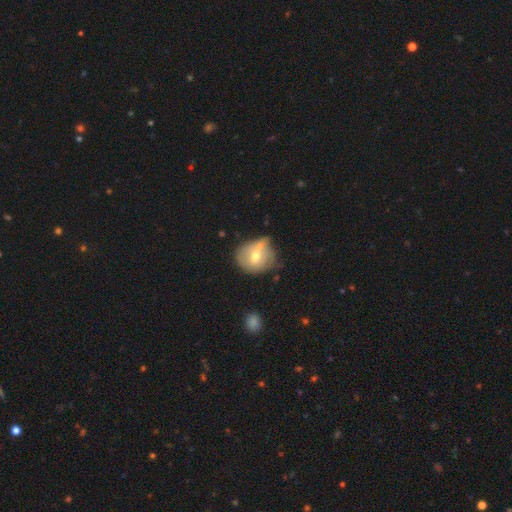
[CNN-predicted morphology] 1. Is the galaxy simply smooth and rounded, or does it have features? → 58% smooth, 35% featured or disk, 8% star or artifact.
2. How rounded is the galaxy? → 72% round, 26% in between, 1% cigar-shaped.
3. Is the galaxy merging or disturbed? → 42% none, 29% minor disturbance, 19% merger, 10% major disturbance.